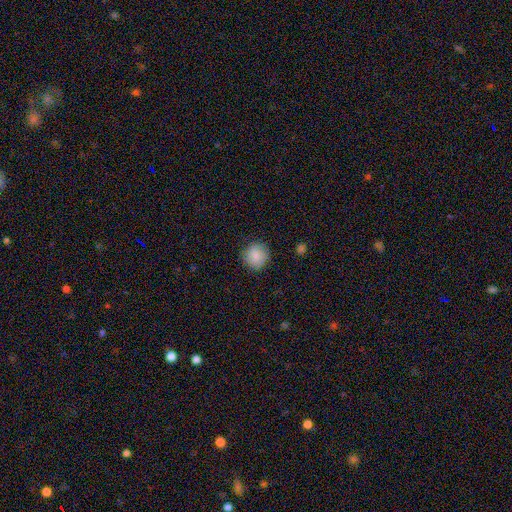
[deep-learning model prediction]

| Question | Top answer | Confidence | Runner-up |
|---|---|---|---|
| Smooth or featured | smooth | 84% | star or artifact (8%) |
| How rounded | round | 91% | in between (8%) |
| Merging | none | 85% | minor disturbance (11%) |